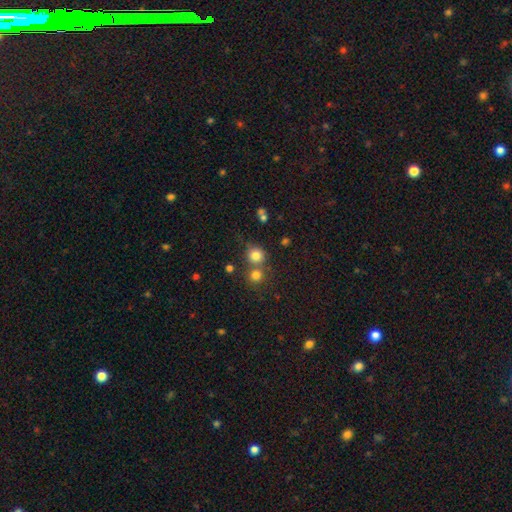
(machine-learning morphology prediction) Smooth or featured: smooth — 79% (star or artifact — 13%)
How rounded: round — 89% (in between — 10%)
Merging: none — 59% (merger — 29%)